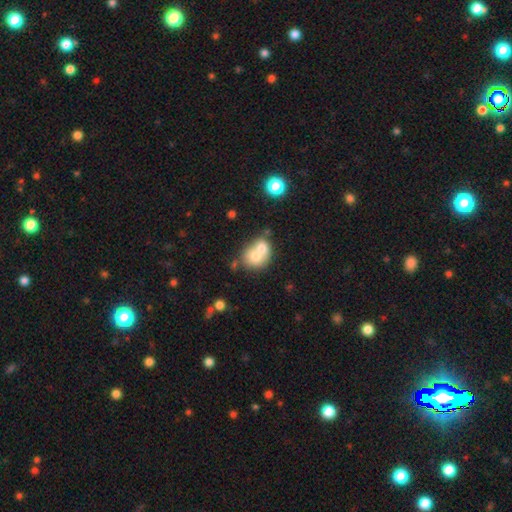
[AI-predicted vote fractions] Q: Smooth or featured?
A: smooth (68%); runner-up: featured or disk (23%)
Q: How rounded?
A: round (63%); runner-up: in between (36%)
Q: Merging?
A: merger (69%); runner-up: none (22%)